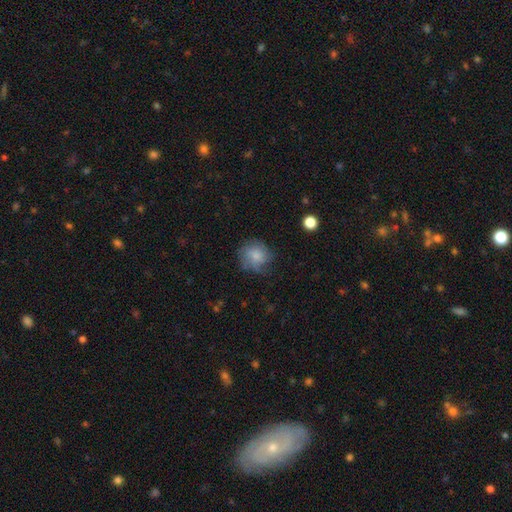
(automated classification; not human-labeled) This appears to be a smooth galaxy with no disk features (60%) that is round (81%). Merging: none (63%).